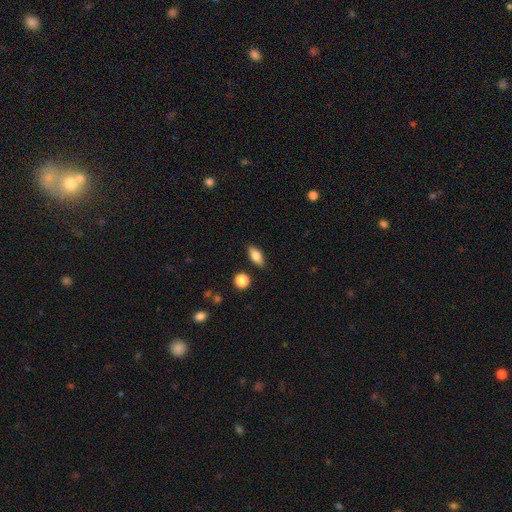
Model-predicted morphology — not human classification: Smooth or featured: smooth — 72% (featured or disk — 20%)
How rounded: in between — 79% (cigar-shaped — 14%)
Merging: none — 85% (minor disturbance — 11%)